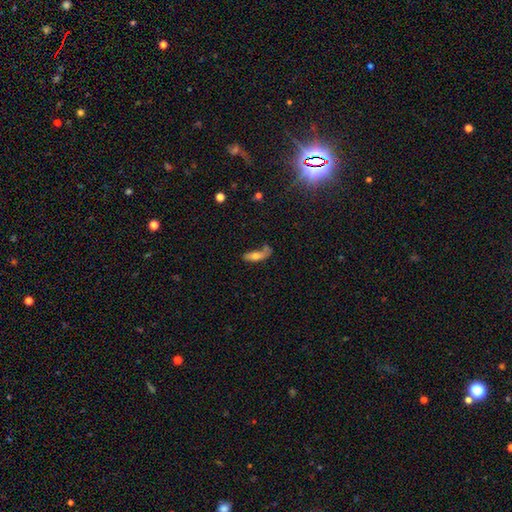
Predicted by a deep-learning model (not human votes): The model was most divided on "merging": none: 34%, major disturbance: 27%, minor disturbance: 27%, merger: 12%. More confident: smooth or featured — smooth (62%); how rounded — in between (56%).